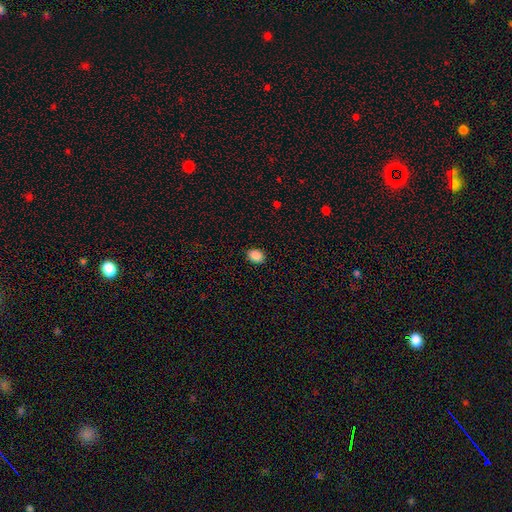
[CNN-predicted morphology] A smooth galaxy with no disk features (88%) that is in between round and cigar-shaped (64%). Merging: none (89%).